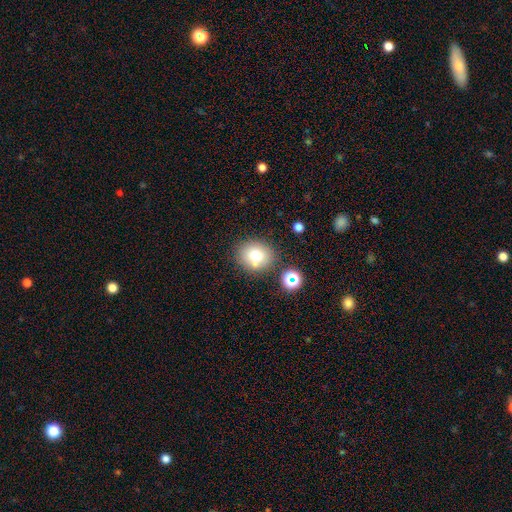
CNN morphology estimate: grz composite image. It shows a smooth galaxy with no disk features (73%) that is round (72%). Merging: none (75%).